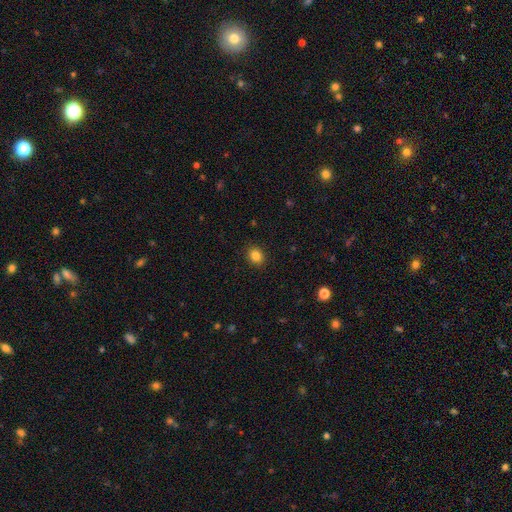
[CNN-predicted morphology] Overall: smooth (85%). How rounded: round (56%; in between 43%). Merging: none (90%).